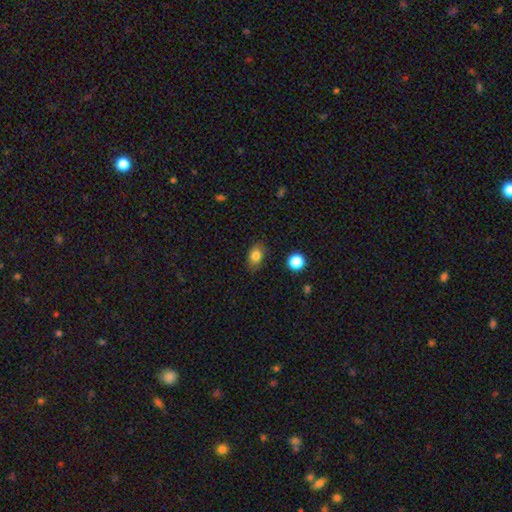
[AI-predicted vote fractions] A smooth galaxy with no disk features (81%) that is in between round and cigar-shaped (77%). Merging: none (82%).